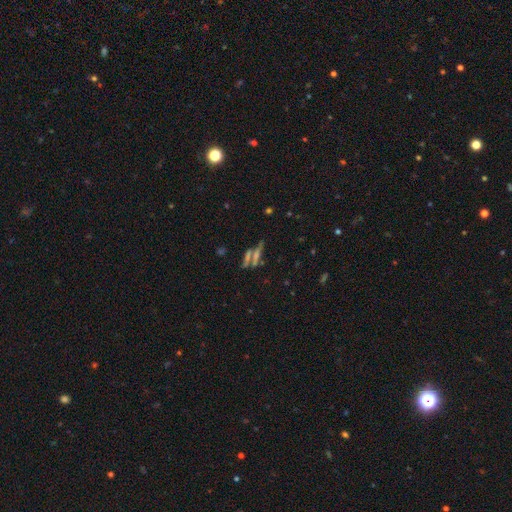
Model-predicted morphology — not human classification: Smooth or featured: star or artifact — 37% (smooth — 32%)